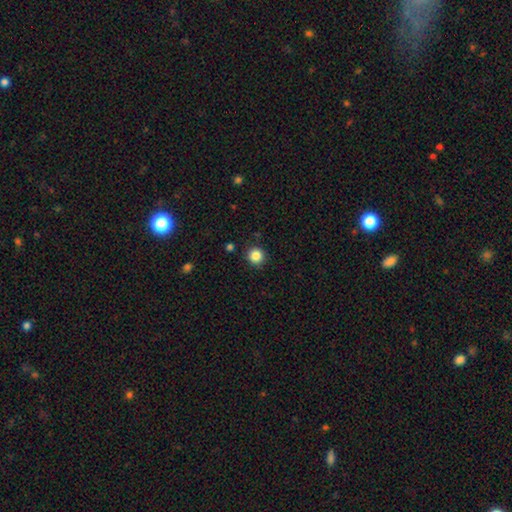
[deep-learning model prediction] This appears to be a smooth galaxy with no disk features (85%) that is round (95%). Merging: none (91%).